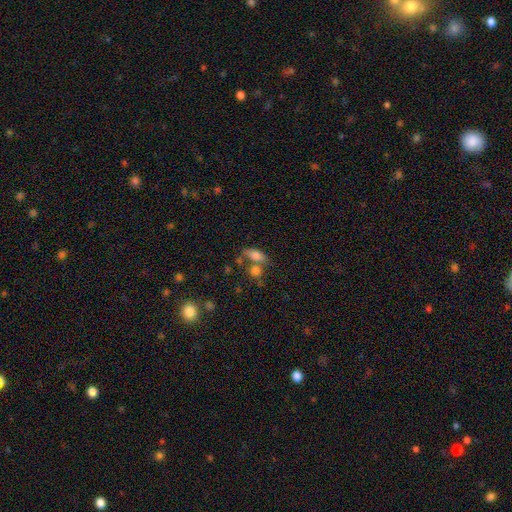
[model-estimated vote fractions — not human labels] Smooth or featured? Predicted: smooth (p=0.73). How rounded? Predicted: in between (p=0.74). Merging? Predicted: none (p=0.43).